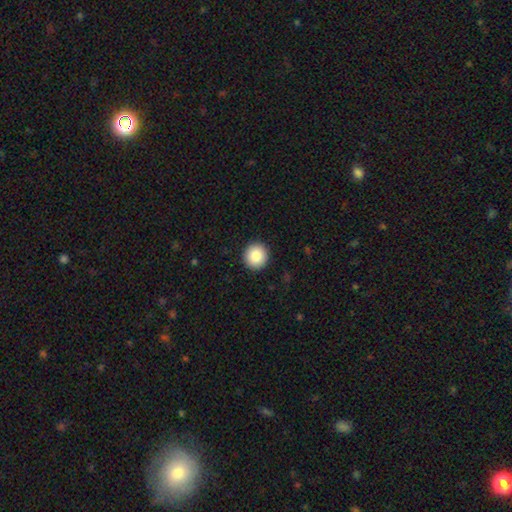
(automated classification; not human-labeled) Morphology: type=smooth (86%); roundness=round (93%); merging=none (93%).